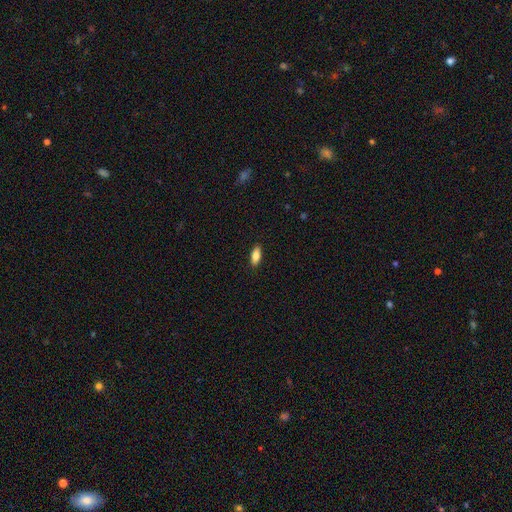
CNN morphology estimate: A smooth galaxy with no disk features (84%) that is in between round and cigar-shaped (81%). Merging: none (89%).